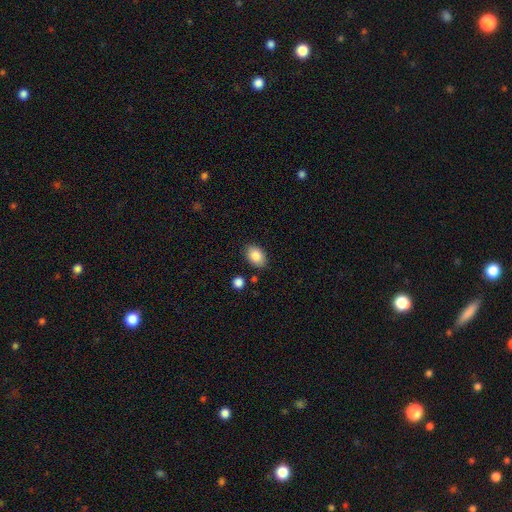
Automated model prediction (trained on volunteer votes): smooth_or_featured: smooth (p=0.87) [alt: star or artifact p=0.07]
how_rounded: in between (p=0.82) [alt: round p=0.17]
merging: none (p=0.84) [alt: minor disturbance p=0.11]